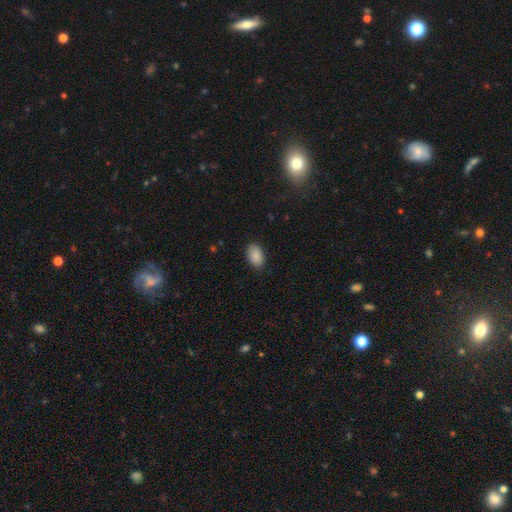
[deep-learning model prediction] Smooth or featured? Predicted: smooth (p=0.89). How rounded? Predicted: in between (p=0.92). Merging? Predicted: none (p=0.87).